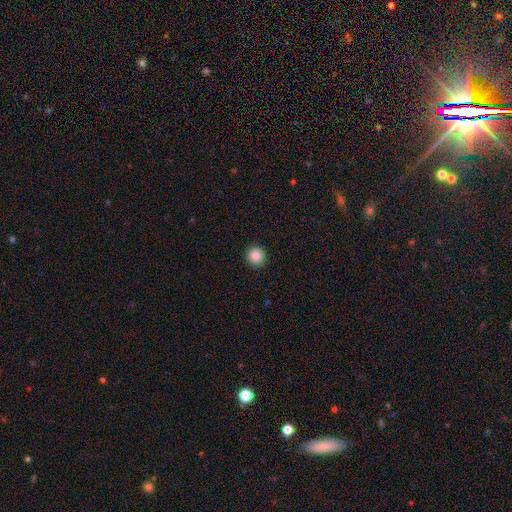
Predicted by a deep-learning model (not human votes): Smooth or featured? Predicted: smooth (p=0.87). How rounded? Predicted: round (p=0.93). Merging? Predicted: none (p=0.93).